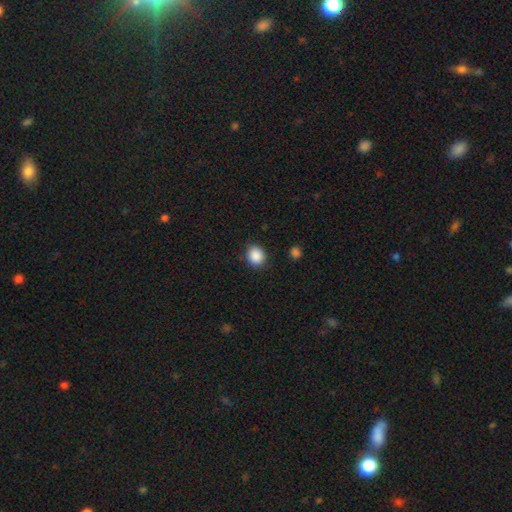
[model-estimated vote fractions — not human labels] The model was most divided on "how rounded": round: 75%, in between: 24%, cigar-shaped: 1%. More confident: smooth or featured — smooth (89%); merging — none (88%).